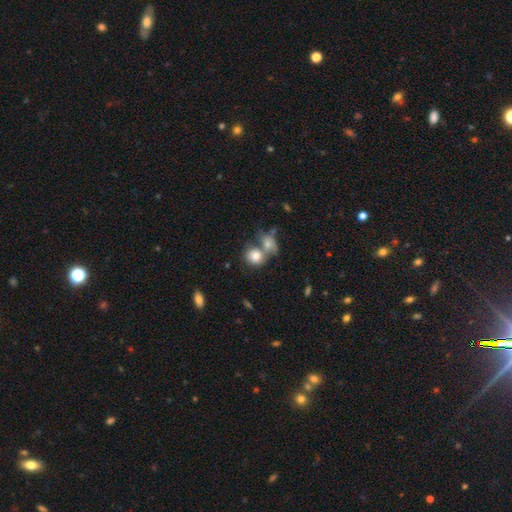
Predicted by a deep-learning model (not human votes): Smooth or featured? Predicted: smooth (p=0.79). How rounded? Predicted: round (p=0.72). Merging? Predicted: merger (p=0.51).